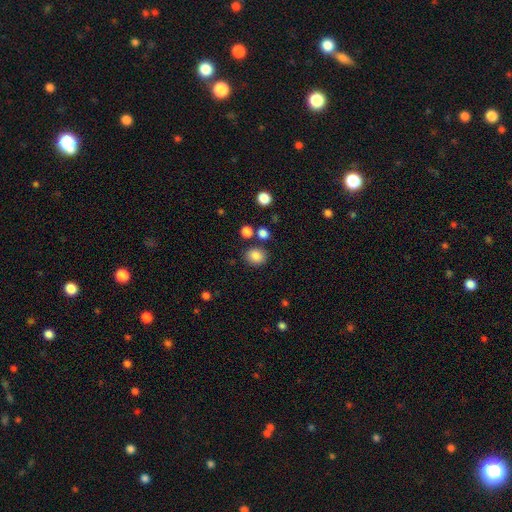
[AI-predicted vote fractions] This is clearly a smooth galaxy (84%). How rounded: likely round (73%). Merging: clearly none (83%).